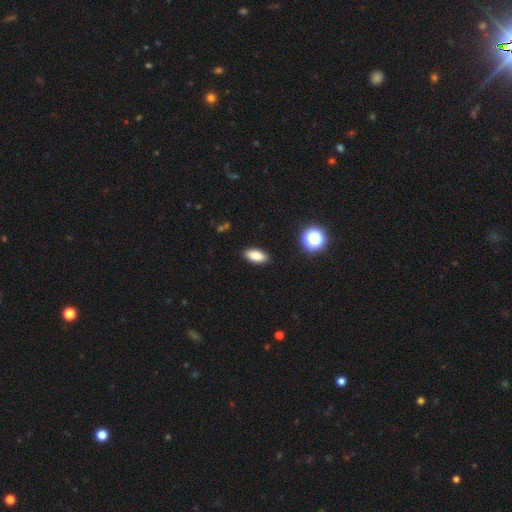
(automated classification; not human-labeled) Smooth or featured? smooth (84%)
How rounded? in between (90%)
Merging? none (89%)